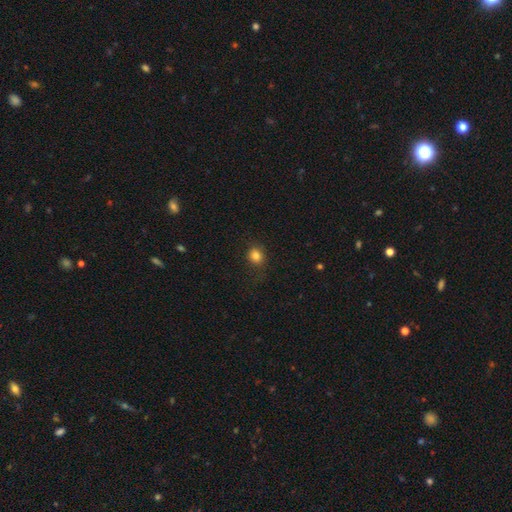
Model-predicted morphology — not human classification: Smooth or featured? smooth (82%)
How rounded? round (73%)
Merging? none (81%)